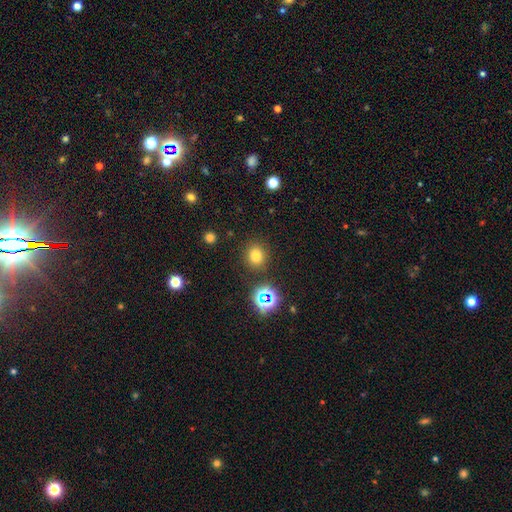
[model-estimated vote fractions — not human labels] Morphology: type=smooth (72%); roundness=round (84%); merging=none (87%).